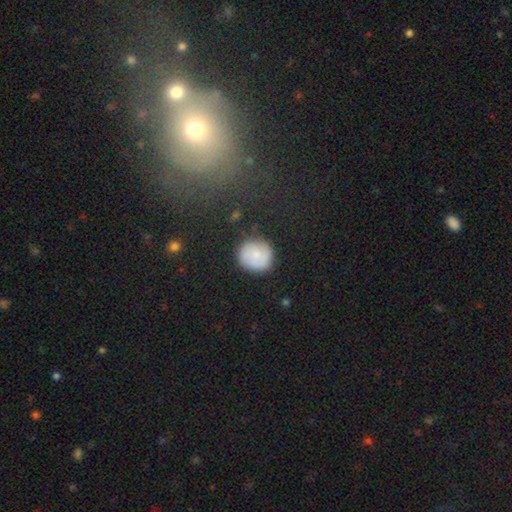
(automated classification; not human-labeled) Overall: smooth (68%). How rounded: round (90%). Merging: none (80%).